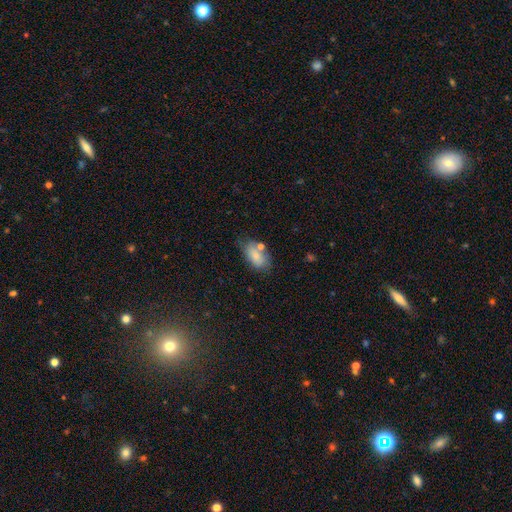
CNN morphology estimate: A smooth galaxy with no disk features (78%) that is in between round and cigar-shaped (91%).

Vote fractions:
- Smooth or featured? smooth: 78% / featured or disk: 14% / star or artifact: 8%
- How rounded? in between: 91% / round: 6% / cigar-shaped: 3%
- Merging? none: 59% / minor disturbance: 22% / merger: 13% / major disturbance: 6%